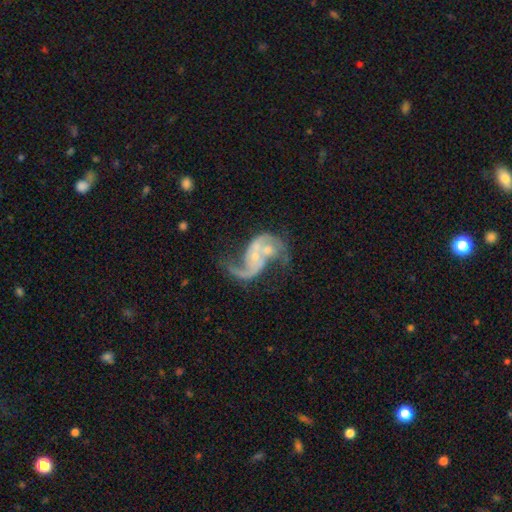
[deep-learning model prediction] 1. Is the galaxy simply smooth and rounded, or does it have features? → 87% featured or disk, 7% smooth, 6% star or artifact.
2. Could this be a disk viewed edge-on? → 98% no, 2% yes.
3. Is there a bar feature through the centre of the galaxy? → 59% no, 31% weak, 10% strong.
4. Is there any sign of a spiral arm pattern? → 94% yes, 6% no.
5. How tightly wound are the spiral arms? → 60% loose, 33% medium, 7% tight.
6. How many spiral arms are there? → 86% 2, 6% 1, 4% can't tell, 2% 3, 1% 4, 1% more than 4.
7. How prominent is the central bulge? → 59% small, 30% moderate, 8% none, 2% large, 1% dominant.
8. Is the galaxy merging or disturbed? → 48% merger, 26% none, 15% major disturbance, 11% minor disturbance.